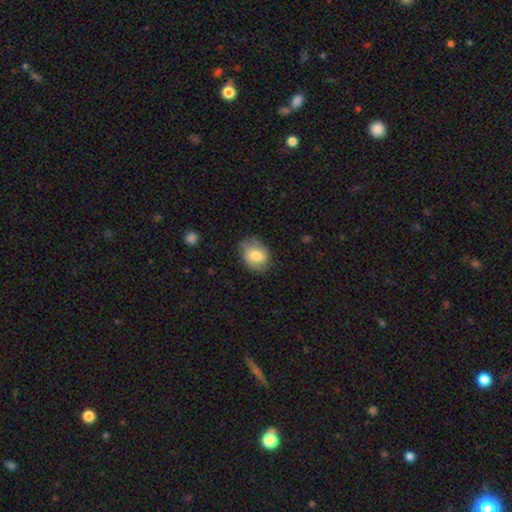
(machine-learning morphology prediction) A smooth galaxy with no disk features (70%) that is in between round and cigar-shaped (59%).

Vote fractions:
- Smooth or featured? smooth: 70% / featured or disk: 23% / star or artifact: 7%
- How rounded? in between: 59% / round: 40% / cigar-shaped: 1%
- Merging? none: 73% / minor disturbance: 21% / major disturbance: 6% / merger: 1%